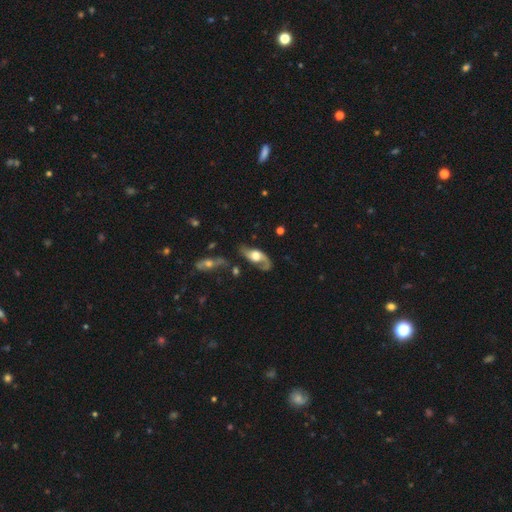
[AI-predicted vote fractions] Smooth or featured: featured or disk — 77% (smooth — 18%)
Edge-on disk: no — 90% (yes — 10%)
Bar: no — 71% (weak — 23%)
Spiral arms: yes — 90% (no — 10%)
Spiral winding: loose — 53% (medium — 36%)
Spiral arm count: 2 — 78% (1 — 16%)
Bulge size: large — 47% (moderate — 41%)
Merging: none — 56% (minor disturbance — 22%)